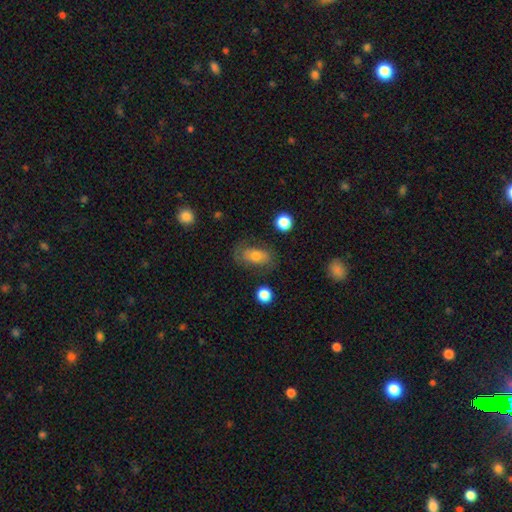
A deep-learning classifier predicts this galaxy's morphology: Smooth or featured? Predicted: smooth (p=0.59). How rounded? Predicted: in between (p=0.84). Merging? Predicted: none (p=0.64).